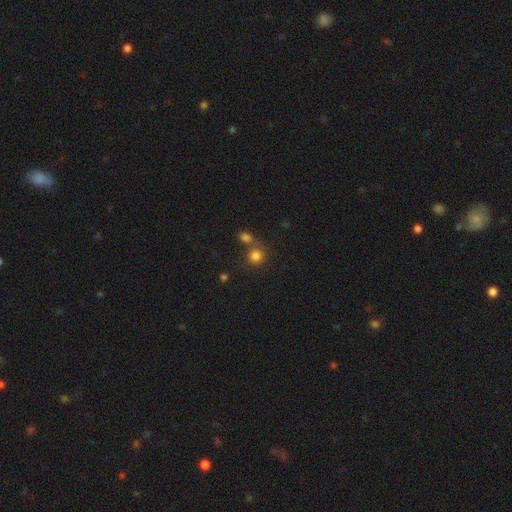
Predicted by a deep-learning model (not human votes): smooth-or-featured: smooth: 80% | star or artifact: 13% | featured or disk: 7%
  how-rounded: round: 85% | in between: 14% | cigar-shaped: 1%
  merging: none: 57% | merger: 30% | minor disturbance: 9% | major disturbance: 4%